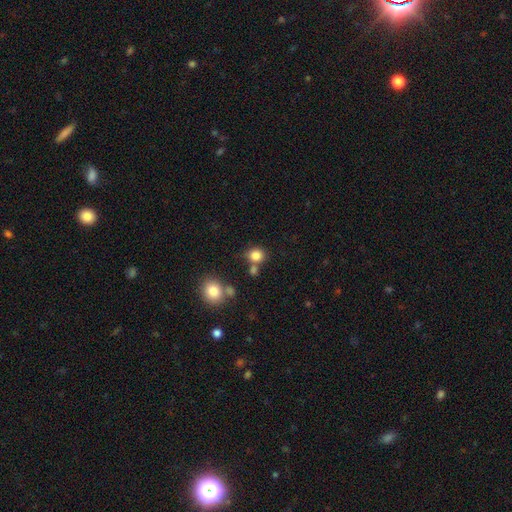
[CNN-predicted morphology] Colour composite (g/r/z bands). It shows a smooth galaxy with no disk features (83%) that is round (76%). Merging: none (65%).